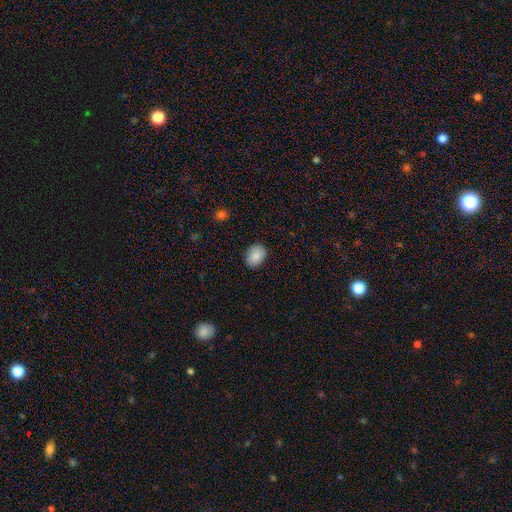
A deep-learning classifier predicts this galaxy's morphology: Overall: smooth (89%). How rounded: in between (70%). Merging: none (88%).